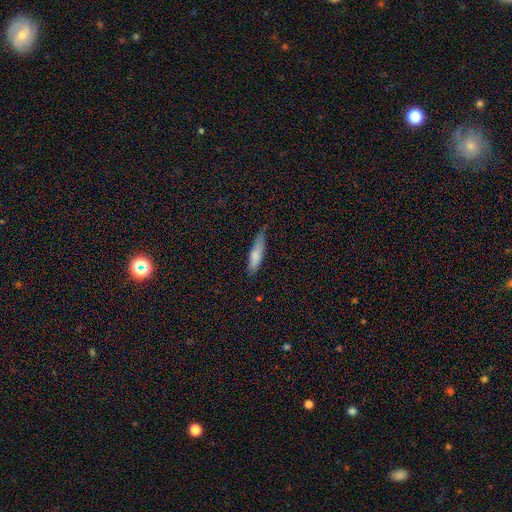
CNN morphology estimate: The model was most divided on "merging": none: 66%, minor disturbance: 28%, major disturbance: 4%, merger: 2%. More confident: smooth or featured — smooth (77%); how rounded — cigar-shaped (73%).